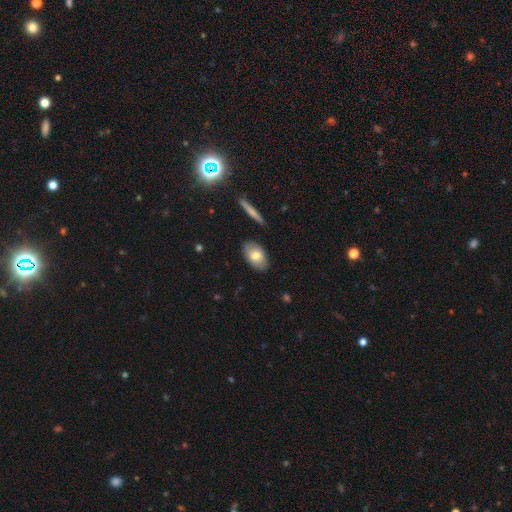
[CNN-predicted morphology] Smooth or featured?
  - smooth: 73% *
  - featured or disk: 20%
  - star or artifact: 6%
How rounded?
  - in between: 91% *
  - round: 7%
  - cigar-shaped: 2%
Merging?
  - none: 86% *
  - minor disturbance: 10%
  - major disturbance: 2%
  - merger: 2%